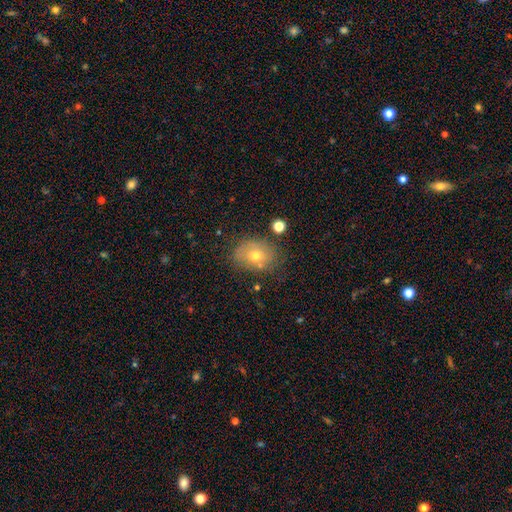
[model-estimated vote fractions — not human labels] smooth-or-featured: smooth: 63% | featured or disk: 25% | star or artifact: 12%
  how-rounded: in between: 56% | round: 43% | cigar-shaped: 1%
  merging: none: 68% | minor disturbance: 20% | major disturbance: 6% | merger: 6%